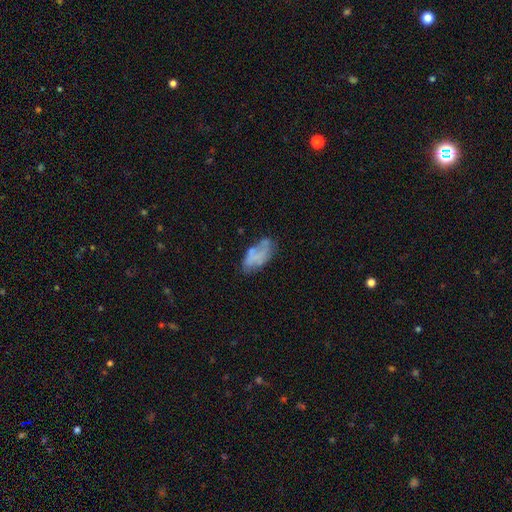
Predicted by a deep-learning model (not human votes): Smooth or featured: smooth — 53% (featured or disk — 37%)
How rounded: in between — 93% (cigar-shaped — 4%)
Merging: none — 49% (minor disturbance — 28%)